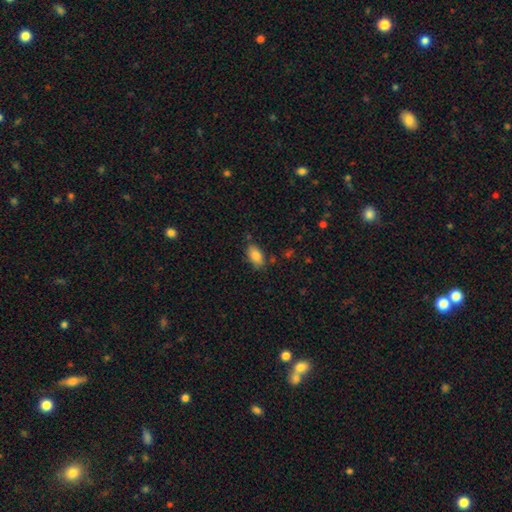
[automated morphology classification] Q: Smooth or featured?
A: smooth (84%); runner-up: featured or disk (8%)
Q: How rounded?
A: in between (91%); runner-up: round (5%)
Q: Merging?
A: none (79%); runner-up: minor disturbance (15%)